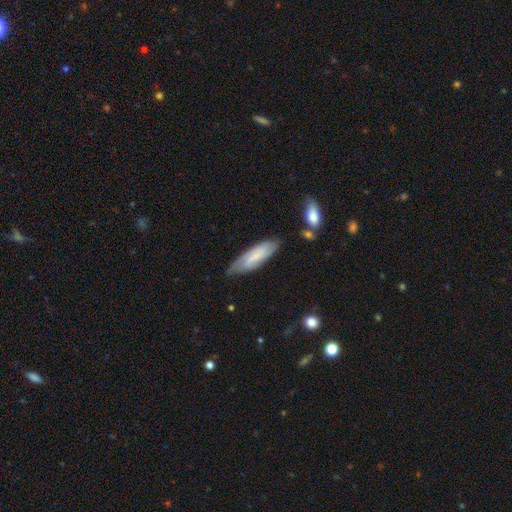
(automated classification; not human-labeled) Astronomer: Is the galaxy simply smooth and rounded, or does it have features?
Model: smooth — 56% (runner-up: featured or disk, 38%).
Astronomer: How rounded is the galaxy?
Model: in between — 50% (runner-up: cigar-shaped, 48%).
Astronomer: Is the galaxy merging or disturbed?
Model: none — 67%.